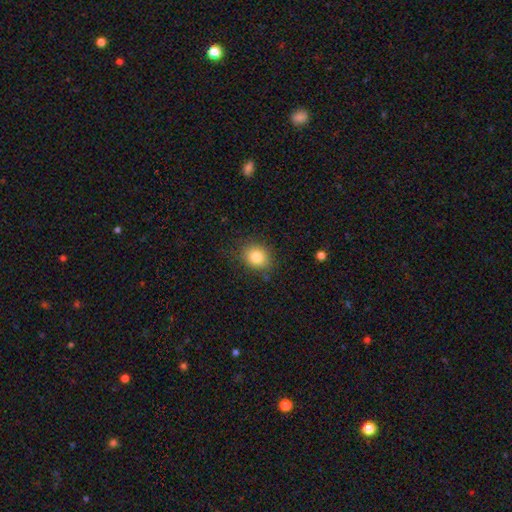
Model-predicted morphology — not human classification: This is clearly a smooth galaxy (83%). How rounded: likely round (66%). Merging: clearly none (82%).